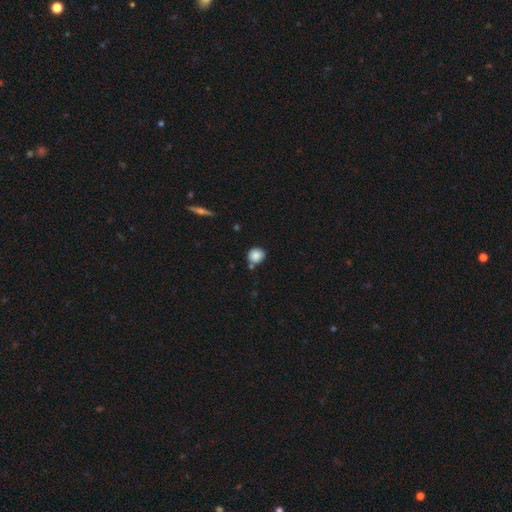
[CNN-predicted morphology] type=smooth (84%); roundness=round (83%); merging=none (71%).